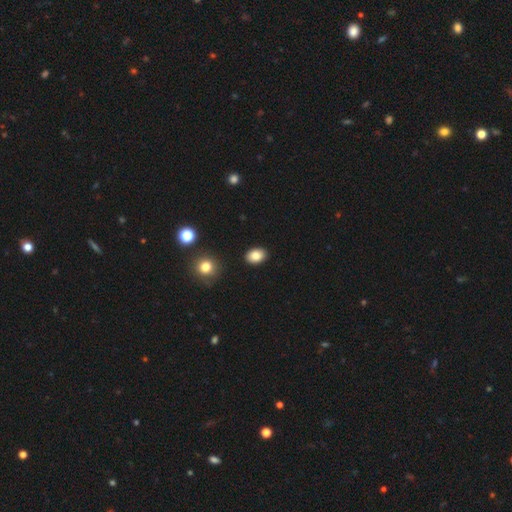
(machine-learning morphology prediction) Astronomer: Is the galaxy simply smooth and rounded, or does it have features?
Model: smooth — 85%.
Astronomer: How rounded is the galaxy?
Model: in between — 76%.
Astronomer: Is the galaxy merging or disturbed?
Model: none — 89%.